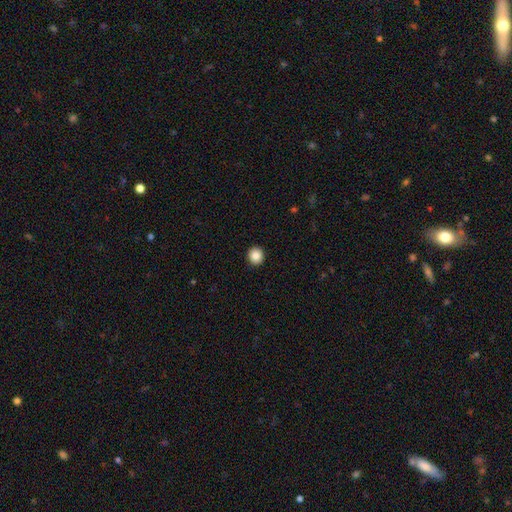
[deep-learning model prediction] smooth_or_featured: smooth (p=0.87) [alt: star or artifact p=0.09]
how_rounded: round (p=0.91) [alt: in between p=0.08]
merging: none (p=0.93) [alt: minor disturbance p=0.04]